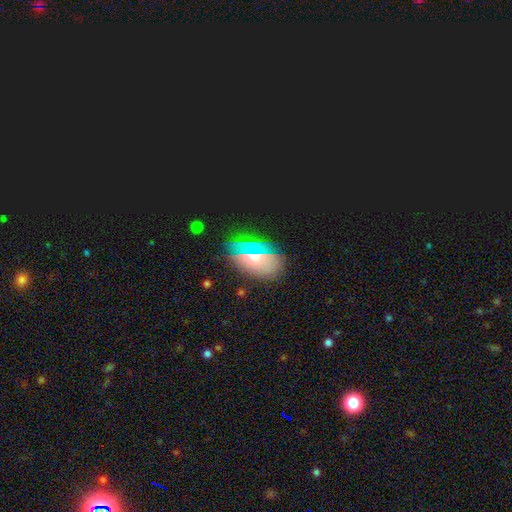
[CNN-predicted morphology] Smooth or featured? Predicted: smooth (p=0.40). Merging? Predicted: none (p=0.76).